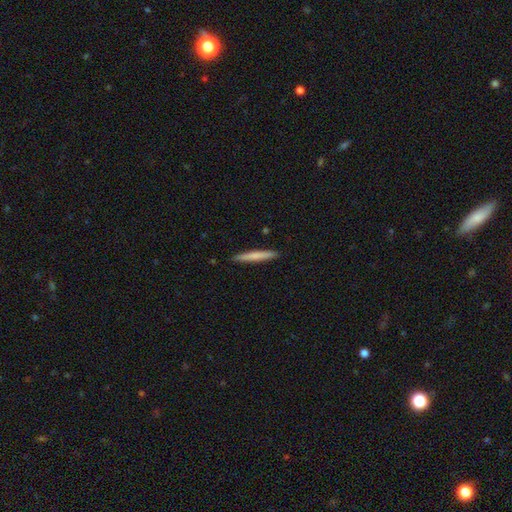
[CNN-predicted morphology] Smooth or featured?
  - smooth: 68% *
  - featured or disk: 26%
  - star or artifact: 5%
How rounded?
  - cigar-shaped: 96% *
  - in between: 3%
  - round: 1%
Merging?
  - none: 92% *
  - minor disturbance: 6%
  - major disturbance: 1%
  - merger: 1%